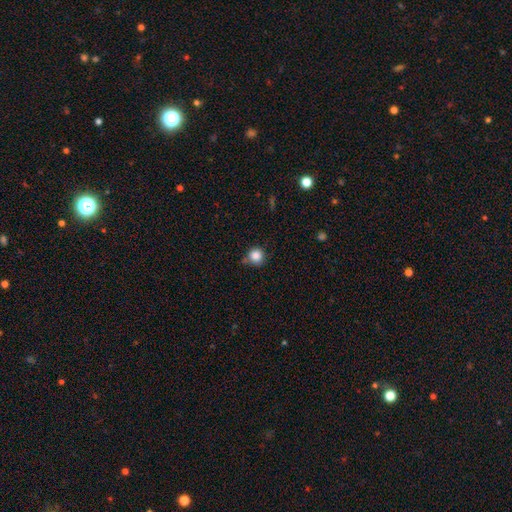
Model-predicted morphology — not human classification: smooth_or_featured: smooth (p=0.85) [alt: star or artifact p=0.10]
how_rounded: round (p=0.91) [alt: in between p=0.08]
merging: none (p=0.64) [alt: minor disturbance p=0.25]